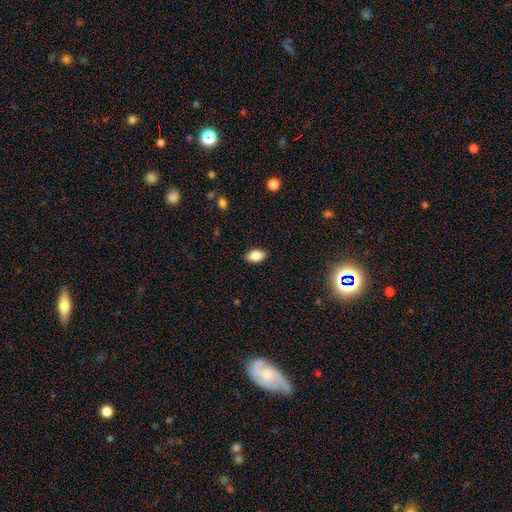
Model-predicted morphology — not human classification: smooth-or-featured: smooth: 85% | star or artifact: 8% | featured or disk: 7%
  how-rounded: in between: 92% | round: 6% | cigar-shaped: 3%
  merging: none: 88% | minor disturbance: 9% | major disturbance: 2% | merger: 1%